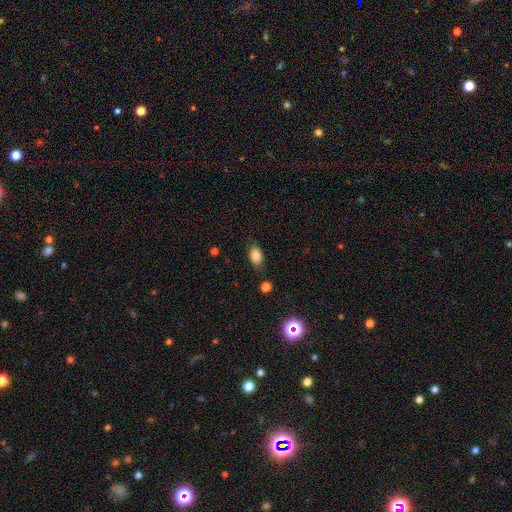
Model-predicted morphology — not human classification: Smooth or featured? Predicted: smooth (p=0.84). How rounded? Predicted: in between (p=0.88). Merging? Predicted: none (p=0.79).